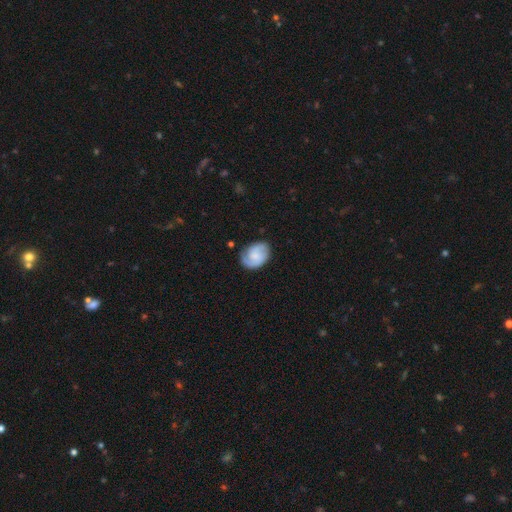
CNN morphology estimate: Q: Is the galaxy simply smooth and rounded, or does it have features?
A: featured or disk — 61%.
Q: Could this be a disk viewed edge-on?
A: no — 98%.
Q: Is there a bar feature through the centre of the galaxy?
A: no — 56%.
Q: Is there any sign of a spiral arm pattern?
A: yes — 93%.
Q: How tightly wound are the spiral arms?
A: medium — 44%.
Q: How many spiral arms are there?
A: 2 — 72%.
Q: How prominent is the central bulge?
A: none — 40%.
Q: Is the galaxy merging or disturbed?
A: none — 75%.